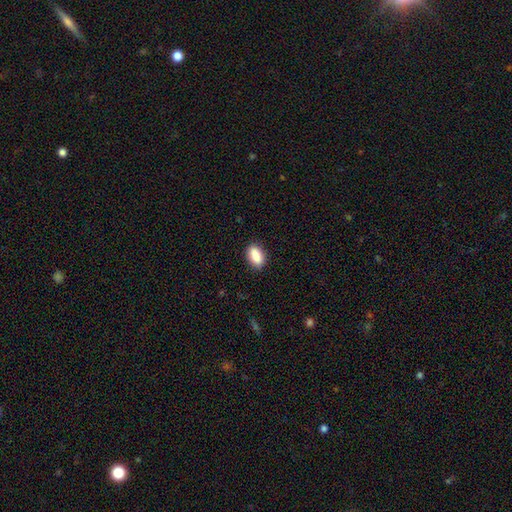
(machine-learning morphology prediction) This appears to be a smooth galaxy with no disk features (89%) that is in between round and cigar-shaped (90%). Merging: none (86%).